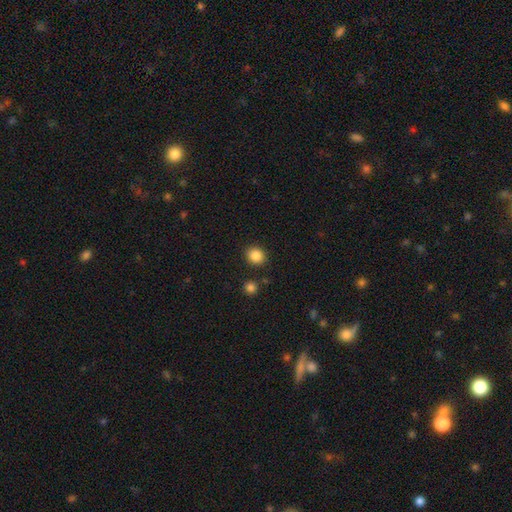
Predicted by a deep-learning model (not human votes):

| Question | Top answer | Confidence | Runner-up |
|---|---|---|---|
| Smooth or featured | smooth | 86% | star or artifact (10%) |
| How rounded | round | 81% | in between (19%) |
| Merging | none | 88% | minor disturbance (7%) |